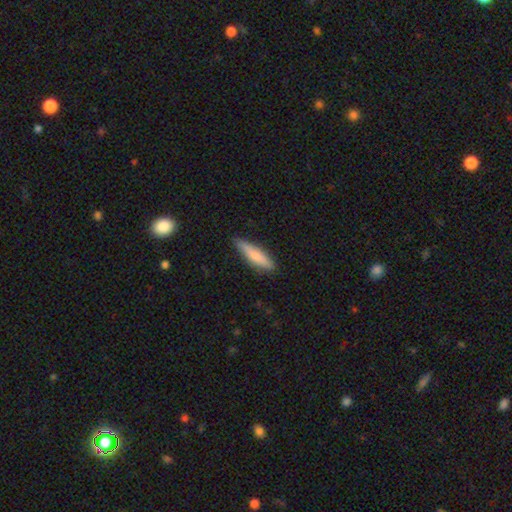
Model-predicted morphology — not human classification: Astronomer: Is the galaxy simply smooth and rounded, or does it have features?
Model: smooth — 75%.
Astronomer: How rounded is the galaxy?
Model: cigar-shaped — 77%.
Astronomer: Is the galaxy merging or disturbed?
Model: none — 81%.